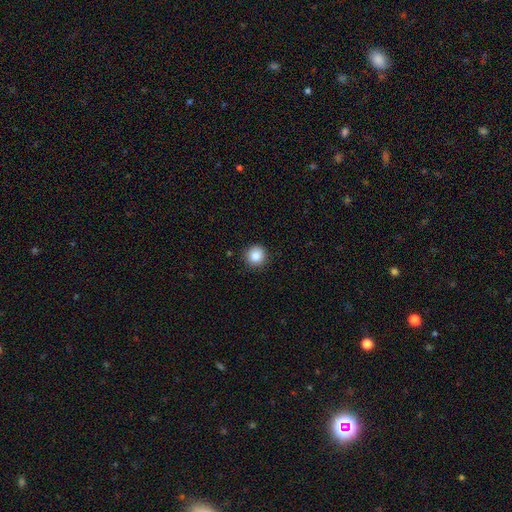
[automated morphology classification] This appears to be a smooth galaxy with no disk features (87%) that is round (94%). Merging: none (90%).